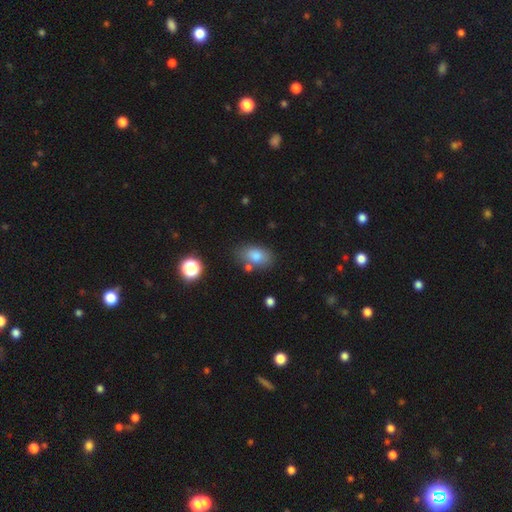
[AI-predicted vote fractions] Overall: smooth (81%). How rounded: in between (88%). Merging: none (71%).